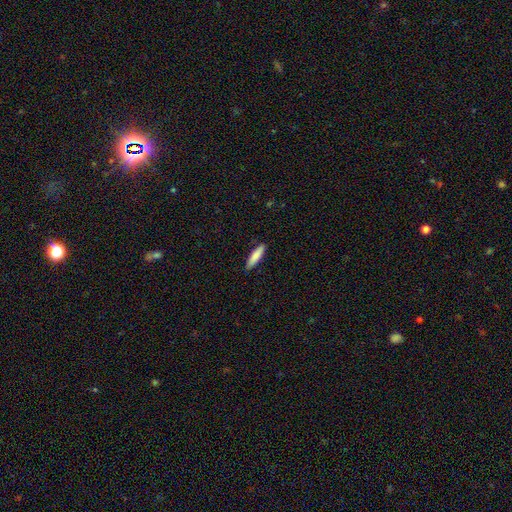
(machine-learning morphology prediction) Smooth or featured? Predicted: smooth (p=0.82). How rounded? Predicted: cigar-shaped (p=0.76). Merging? Predicted: none (p=0.89).